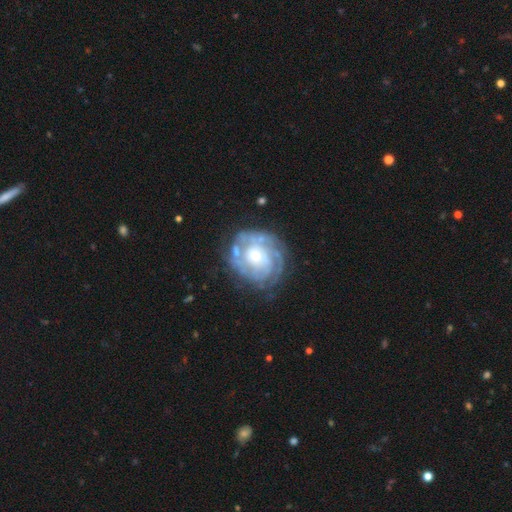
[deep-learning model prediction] This is likely a featured or disk galaxy (79%). It is clearly not viewed edge-on (97%). Bar: clearly no (80%). Spiral arm pattern: clearly yes (83%). Spiral arm count: possibly can't tell (49%). Spiral winding: likely tight (73%). Central bulge: possibly moderate (49%). Merging: likely none (68%).